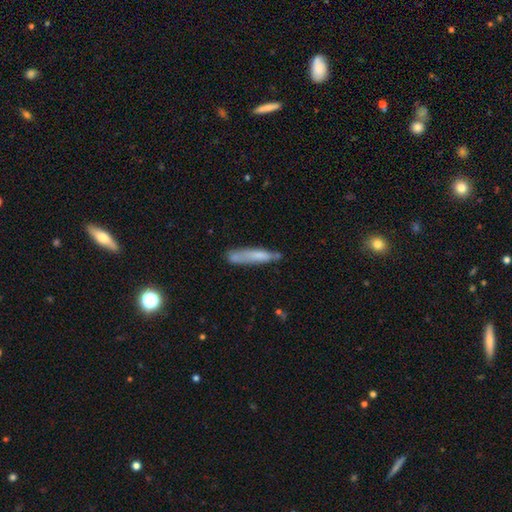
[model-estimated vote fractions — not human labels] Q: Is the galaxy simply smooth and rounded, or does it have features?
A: smooth — 66%.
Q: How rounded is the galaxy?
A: cigar-shaped — 89%.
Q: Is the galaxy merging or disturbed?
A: none — 59%.